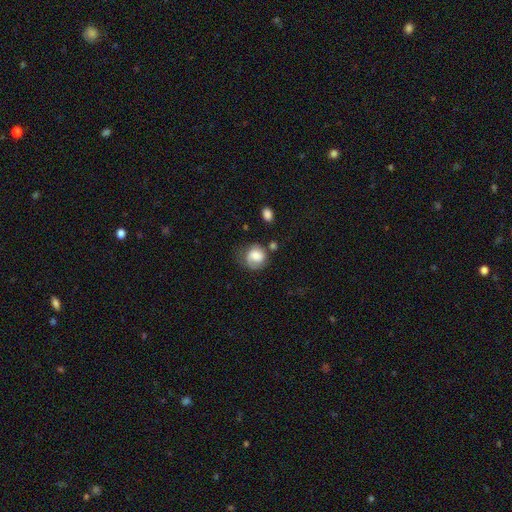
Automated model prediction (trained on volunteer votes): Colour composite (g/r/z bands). It shows a smooth galaxy with no disk features (70%) that is round (75%). Merging: none (51%).